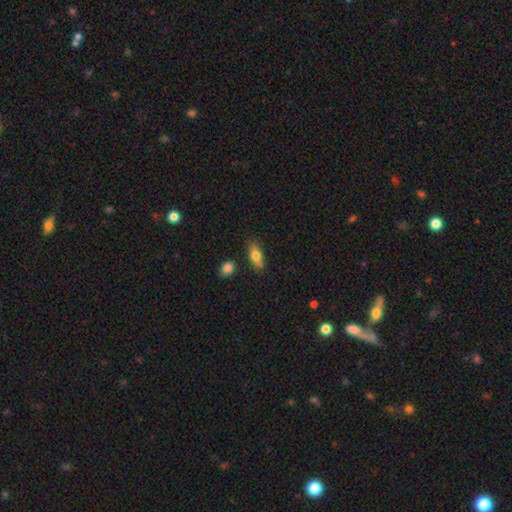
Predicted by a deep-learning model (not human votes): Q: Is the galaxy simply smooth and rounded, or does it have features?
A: smooth — 77%.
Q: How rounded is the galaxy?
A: in between — 77%.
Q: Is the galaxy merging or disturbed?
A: none — 67%.